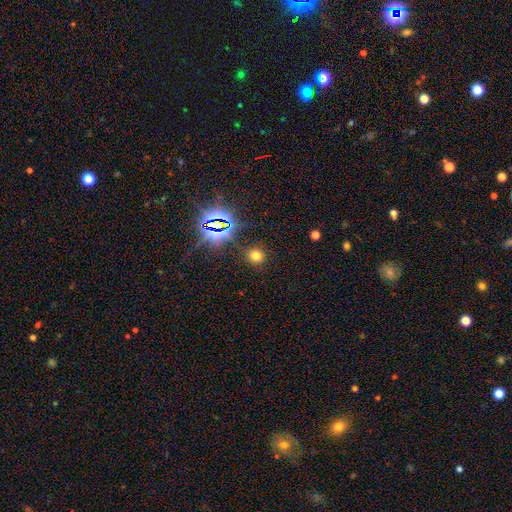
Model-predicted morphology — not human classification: This appears to be a smooth galaxy with no disk features (66%) that is round (88%). Merging: none (88%).